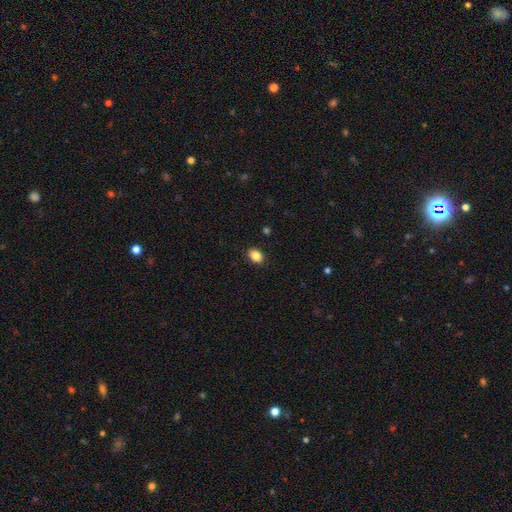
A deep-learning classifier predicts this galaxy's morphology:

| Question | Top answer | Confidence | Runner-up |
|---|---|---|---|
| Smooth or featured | smooth | 87% | star or artifact (9%) |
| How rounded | in between | 76% | round (23%) |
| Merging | none | 89% | minor disturbance (8%) |